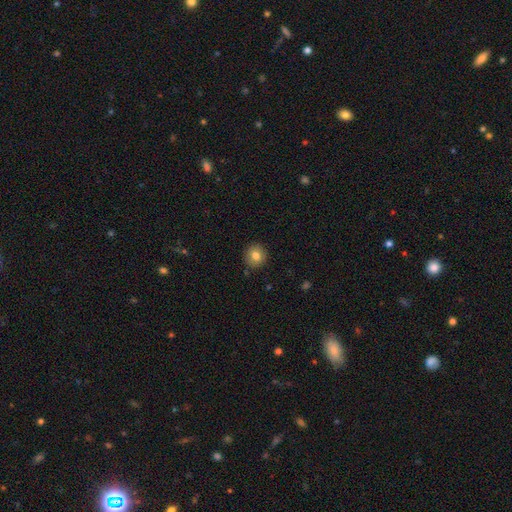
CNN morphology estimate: This is clearly a smooth galaxy (81%). How rounded: clearly round (91%). Merging: clearly none (90%).